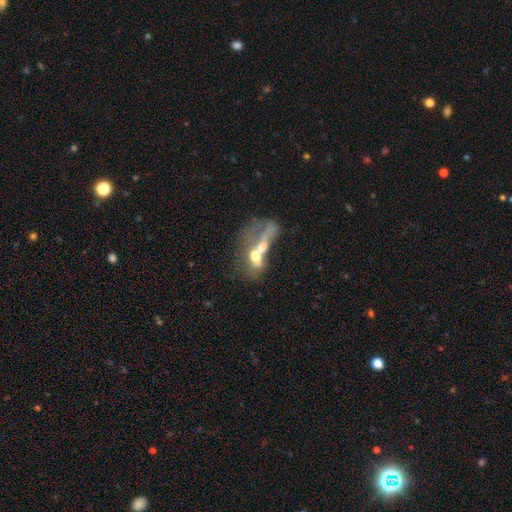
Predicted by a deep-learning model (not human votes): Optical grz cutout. It shows a smooth galaxy with no disk features (49%). Merging: merger (67%).